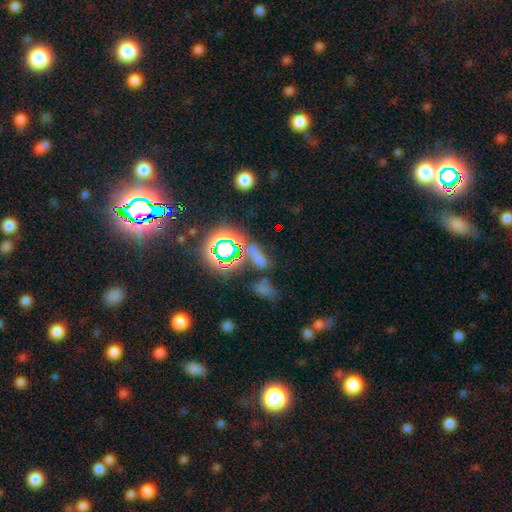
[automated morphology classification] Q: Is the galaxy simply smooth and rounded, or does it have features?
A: star or artifact — 49%.